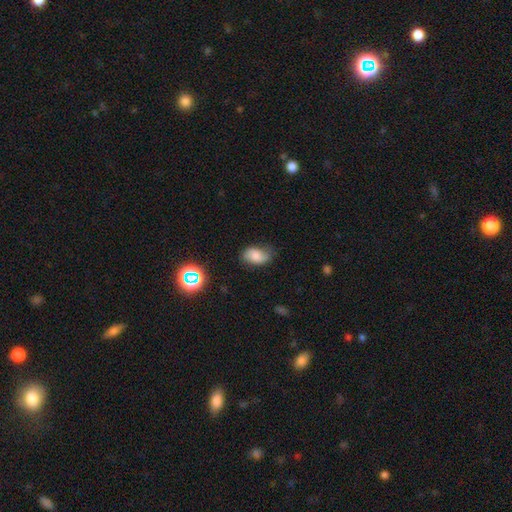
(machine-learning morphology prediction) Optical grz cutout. It shows a smooth galaxy with no disk features (72%) that is in between round and cigar-shaped (88%). Merging: none (65%).